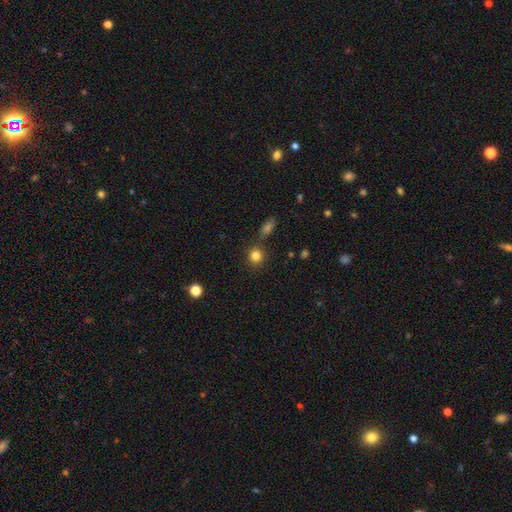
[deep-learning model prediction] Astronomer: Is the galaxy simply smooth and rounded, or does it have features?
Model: smooth — 82%.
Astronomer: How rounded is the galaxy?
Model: round — 88%.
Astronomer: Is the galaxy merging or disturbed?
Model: none — 79%.